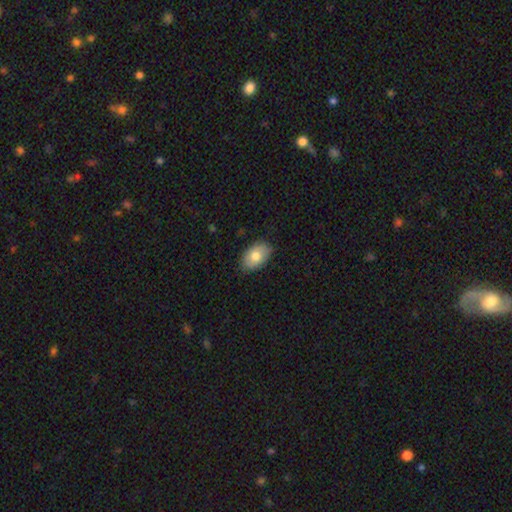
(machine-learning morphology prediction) A smooth galaxy with no disk features (77%) that is in between round and cigar-shaped (91%). Merging: none (83%).